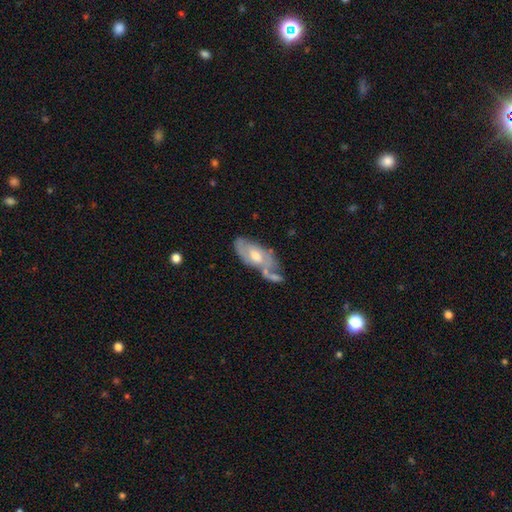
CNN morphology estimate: A featured or disk galaxy (63%) with no bar (60%), spiral arms (58%) and a moderate central bulge (70%). Merging: none (37%).